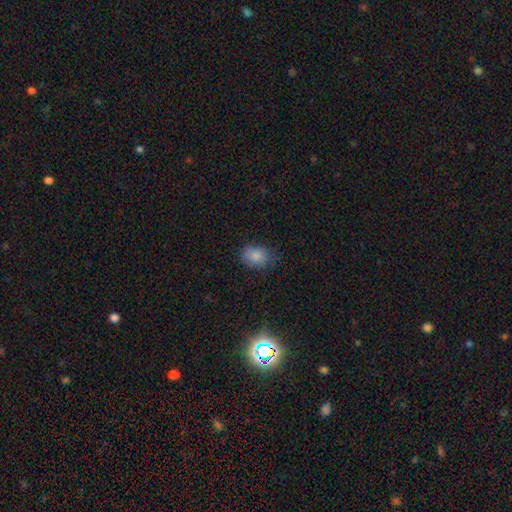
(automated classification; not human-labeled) Smooth or featured? smooth (85%)
How rounded? in between (72%)
Merging? none (75%)